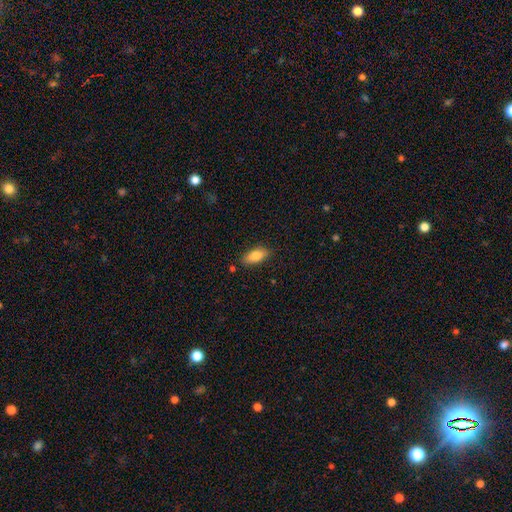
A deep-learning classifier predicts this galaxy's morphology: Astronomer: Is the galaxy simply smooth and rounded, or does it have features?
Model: smooth — 83%.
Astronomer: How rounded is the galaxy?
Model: in between — 86%.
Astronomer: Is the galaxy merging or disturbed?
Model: none — 82%.